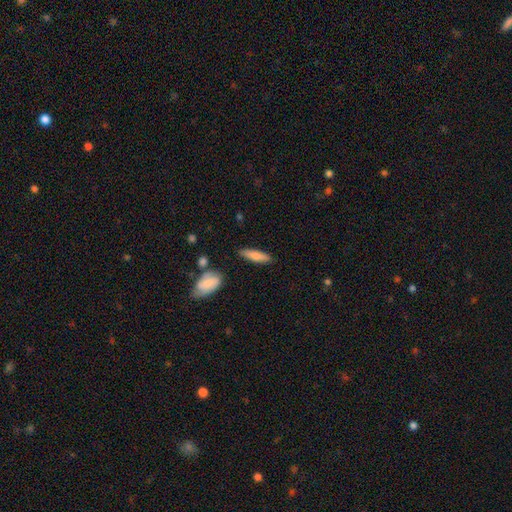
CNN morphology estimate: The model was most divided on "how rounded": cigar-shaped: 66%, in between: 32%, round: 2%. More confident: merging — none (84%); smooth or featured — smooth (76%).